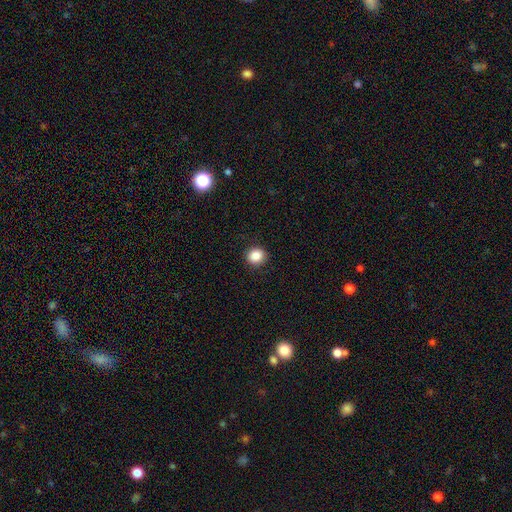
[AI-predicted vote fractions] A smooth galaxy with no disk features (86%) that is round (83%). Merging: none (91%).